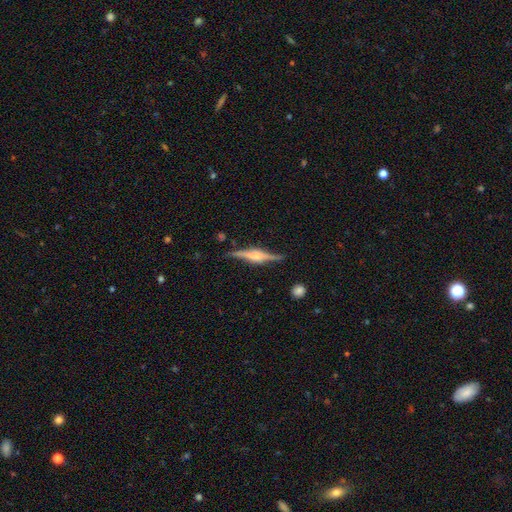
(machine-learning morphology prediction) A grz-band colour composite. It shows a featured or disk galaxy (83%) viewed edge-on (97%) with a rounded central bulge (80%). Merging: none (85%).